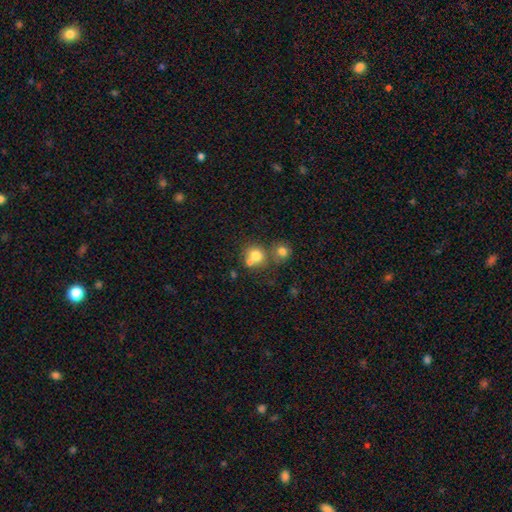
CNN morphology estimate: Q: Smooth or featured?
A: smooth (75%); runner-up: star or artifact (13%)
Q: How rounded?
A: round (84%); runner-up: in between (16%)
Q: Merging?
A: none (47%); runner-up: merger (41%)